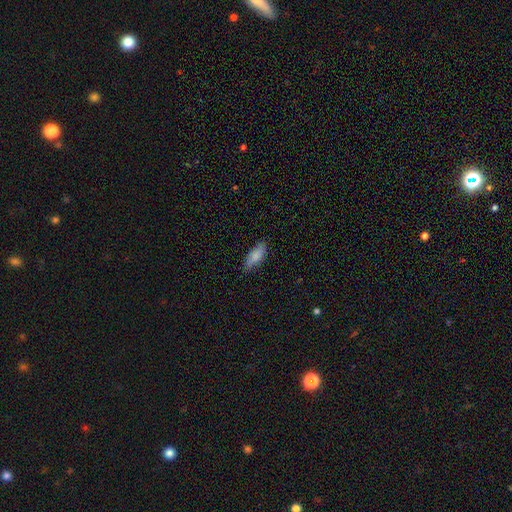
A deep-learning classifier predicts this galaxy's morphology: smooth 83%, featured or disk 11%, star or artifact 6%. Down the decision tree: how rounded — in between (67%); merging — none (80%).